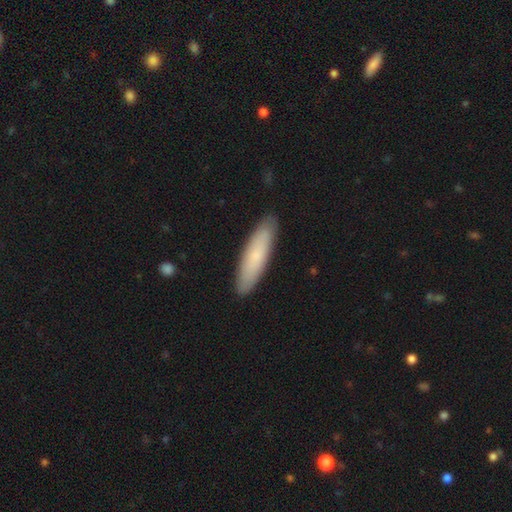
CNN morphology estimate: Smooth or featured: smooth — 73% (featured or disk — 22%)
How rounded: cigar-shaped — 71% (in between — 28%)
Merging: none — 89% (minor disturbance — 9%)